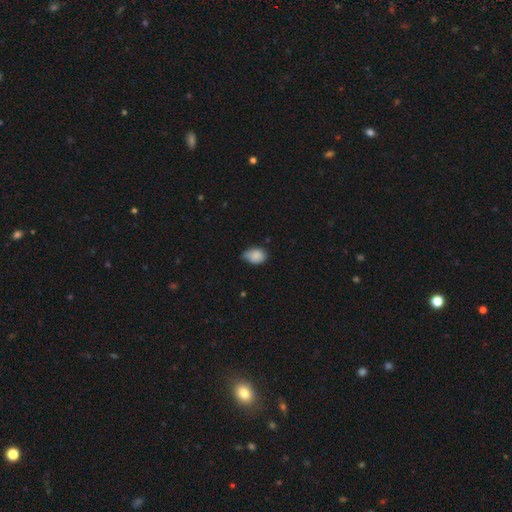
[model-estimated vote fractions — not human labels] Smooth or featured: smooth — 84% (star or artifact — 8%)
How rounded: in between — 75% (round — 24%)
Merging: minor disturbance — 49% (none — 40%)